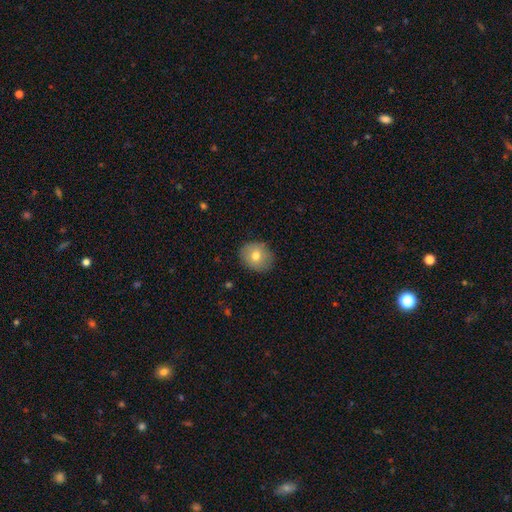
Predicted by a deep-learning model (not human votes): This is likely a smooth galaxy (75%). How rounded: likely round (66%). Merging: clearly none (86%).